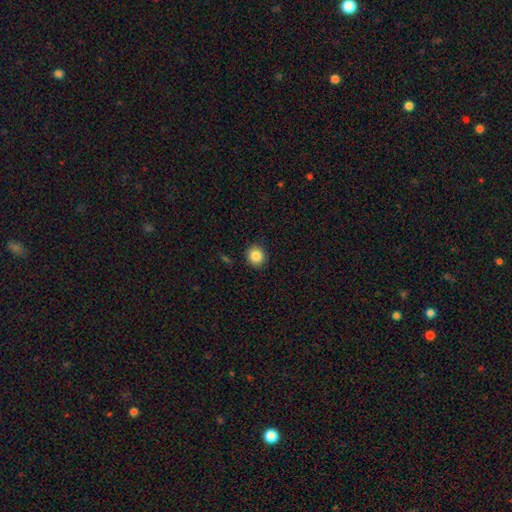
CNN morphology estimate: Smooth or featured? smooth (86%)
How rounded? round (89%)
Merging? none (91%)